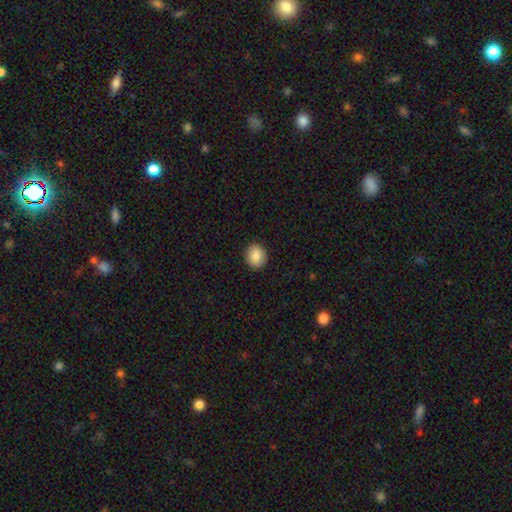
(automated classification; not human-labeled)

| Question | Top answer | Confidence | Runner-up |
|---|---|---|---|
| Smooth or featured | smooth | 88% | star or artifact (8%) |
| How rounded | round | 71% | in between (28%) |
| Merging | none | 91% | minor disturbance (6%) |